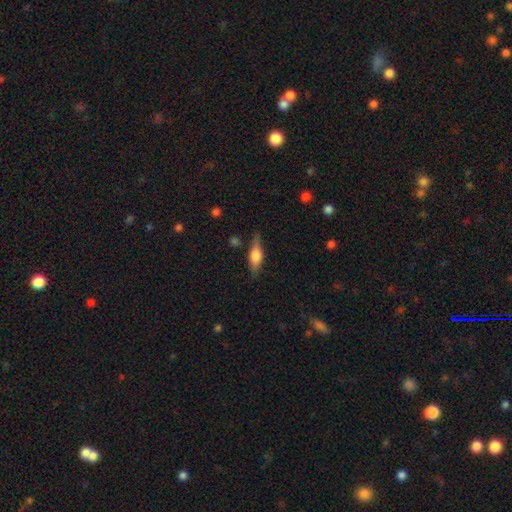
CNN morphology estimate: Smooth or featured: featured or disk — 48% (smooth — 45%)
Merging: none — 79% (minor disturbance — 15%)